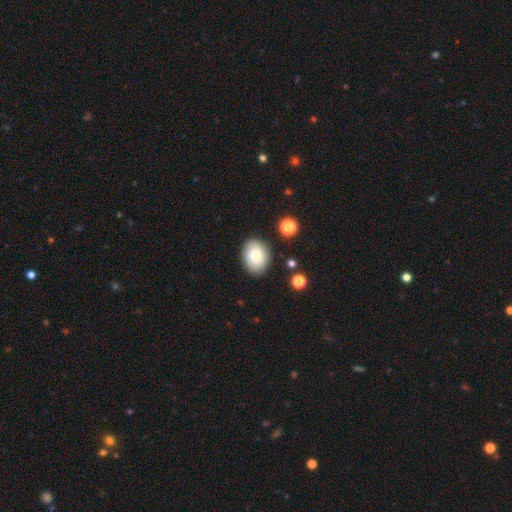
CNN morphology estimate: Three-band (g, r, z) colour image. It shows a smooth galaxy with no disk features (78%) that is in between round and cigar-shaped (64%). Merging: none (84%).